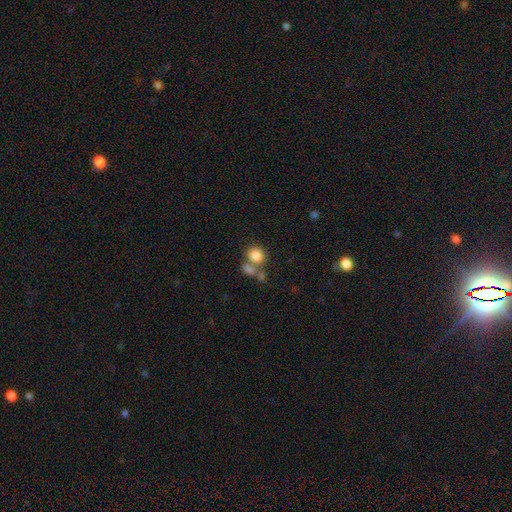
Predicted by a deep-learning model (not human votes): Smooth or featured? smooth (81%)
How rounded? round (79%)
Merging? none (47%)